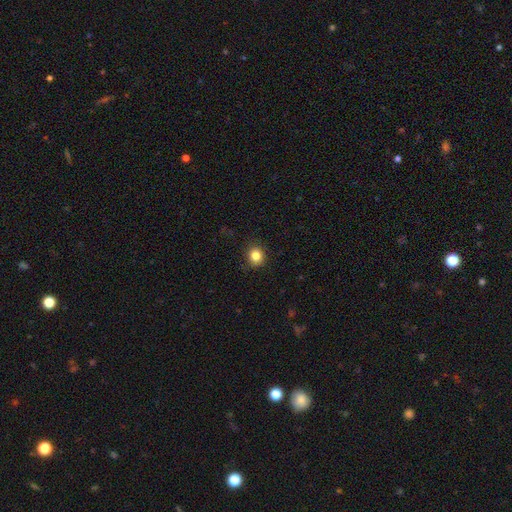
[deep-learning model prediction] smooth 84%, star or artifact 11%, featured or disk 5%. Down the decision tree: how rounded — round (81%); merging — none (89%).